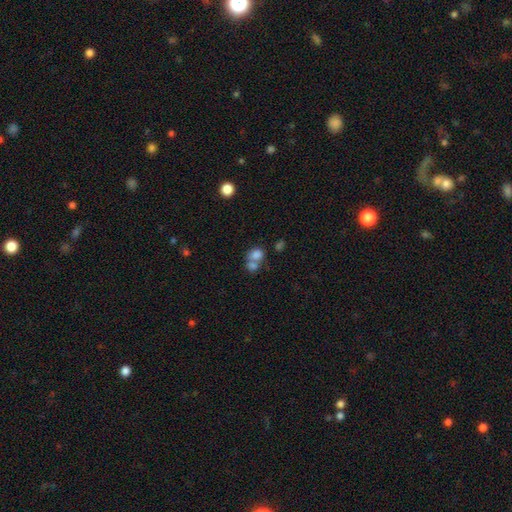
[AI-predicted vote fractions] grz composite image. It shows a smooth galaxy with no disk features (77%) that is round (56%). Merging: merger (60%).